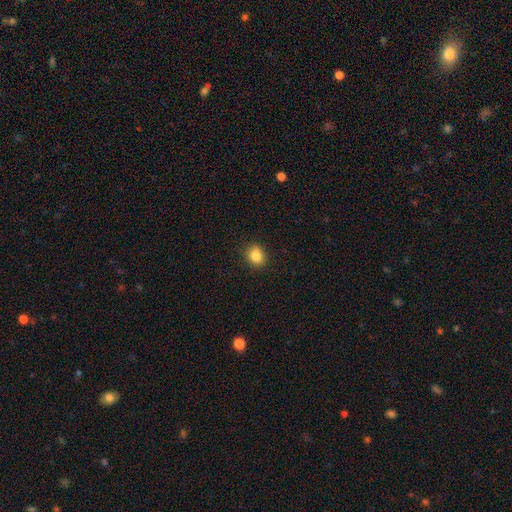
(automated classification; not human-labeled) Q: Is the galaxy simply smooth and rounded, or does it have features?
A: smooth — 85%.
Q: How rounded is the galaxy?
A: round — 54%.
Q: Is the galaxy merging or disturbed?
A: none — 87%.